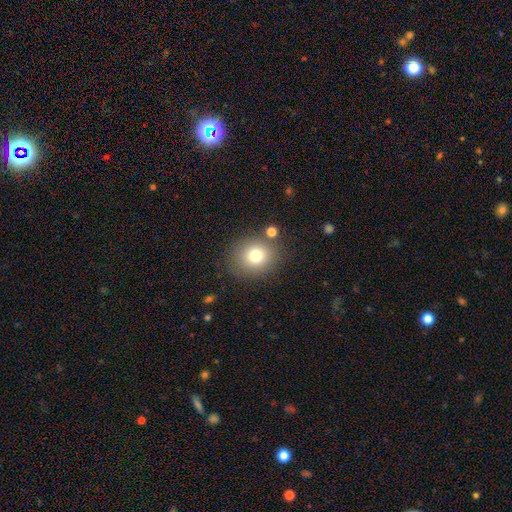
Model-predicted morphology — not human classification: A smooth galaxy with no disk features (77%) that is round (72%).

Vote fractions:
- Smooth or featured? smooth: 77% / star or artifact: 12% / featured or disk: 10%
- How rounded? round: 72% / in between: 28% / cigar-shaped: 1%
- Merging? none: 79% / minor disturbance: 11% / merger: 6% / major disturbance: 4%